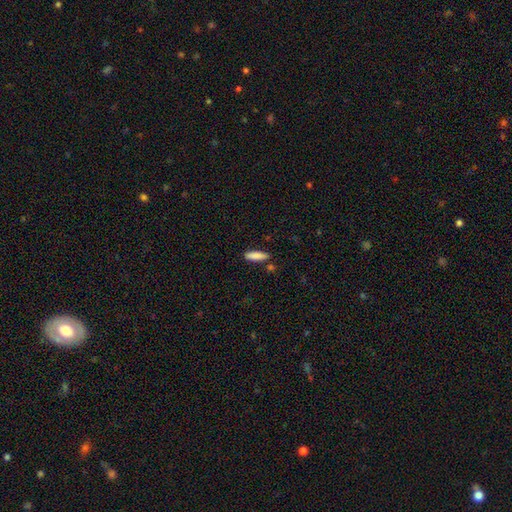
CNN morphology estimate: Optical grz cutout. It shows a smooth galaxy with no disk features (87%) that is cigar-shaped (61%). Merging: none (83%).